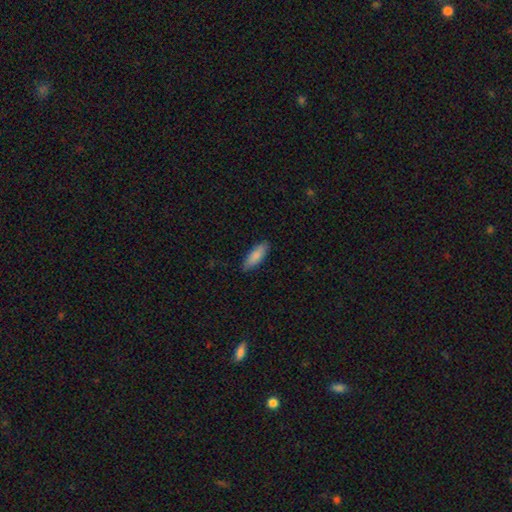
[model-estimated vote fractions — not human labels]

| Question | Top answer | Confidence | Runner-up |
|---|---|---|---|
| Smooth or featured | smooth | 87% | featured or disk (7%) |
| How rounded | in between | 59% | cigar-shaped (40%) |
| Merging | none | 86% | minor disturbance (11%) |